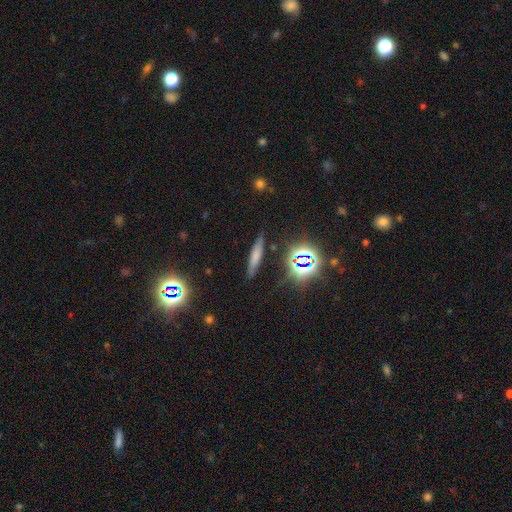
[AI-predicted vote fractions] A smooth galaxy with no disk features (58%) that is cigar-shaped (84%). Merging: none (81%).